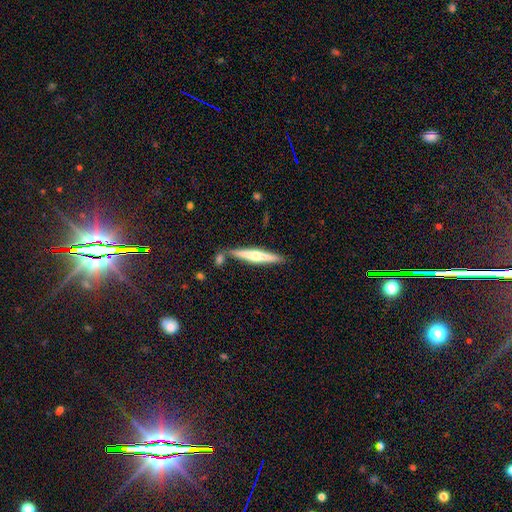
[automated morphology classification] Smooth or featured: featured or disk — 59% (smooth — 36%)
Edge-on disk: yes — 97% (no — 3%)
Edge-on bulge: rounded — 80% (none — 12%)
Merging: none — 81% (minor disturbance — 10%)